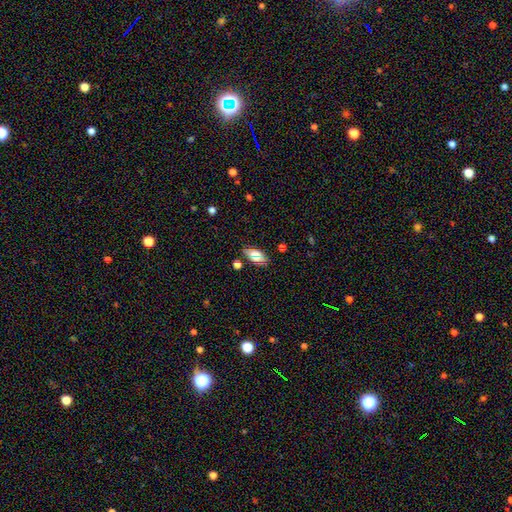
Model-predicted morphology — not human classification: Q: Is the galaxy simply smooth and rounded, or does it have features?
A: smooth — 61%.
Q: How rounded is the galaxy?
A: in between — 79%.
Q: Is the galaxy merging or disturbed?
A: none — 81%.